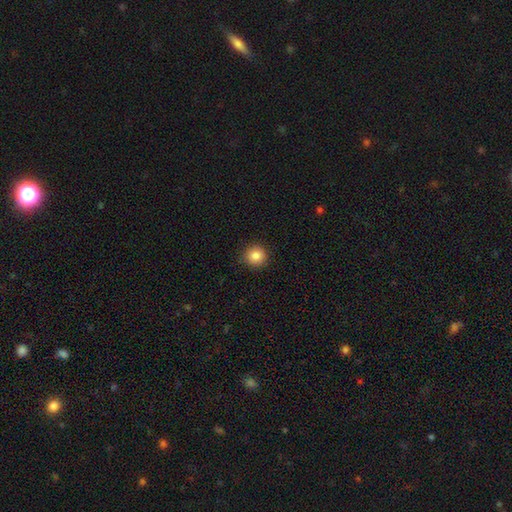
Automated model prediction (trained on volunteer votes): Smooth or featured: smooth — 86% (star or artifact — 10%)
How rounded: round — 93% (in between — 6%)
Merging: none — 90% (minor disturbance — 7%)